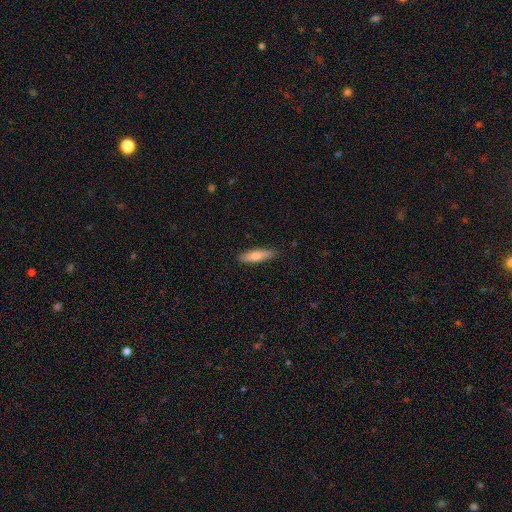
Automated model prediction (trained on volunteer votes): This is likely a smooth galaxy (73%). How rounded: likely cigar-shaped (71%). Merging: clearly none (86%).